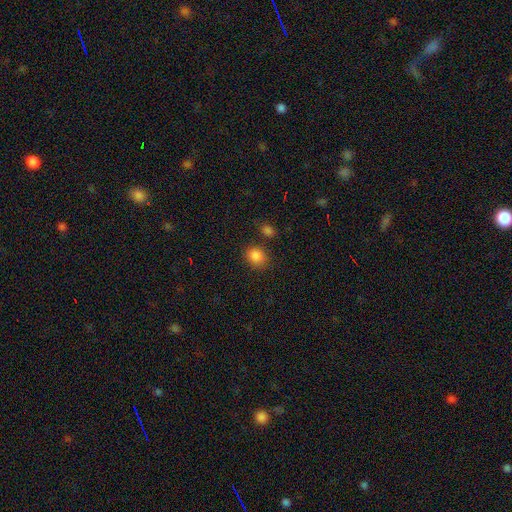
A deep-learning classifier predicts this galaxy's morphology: Smooth or featured: smooth — 85% (star or artifact — 11%)
How rounded: round — 57% (in between — 42%)
Merging: none — 77% (minor disturbance — 11%)